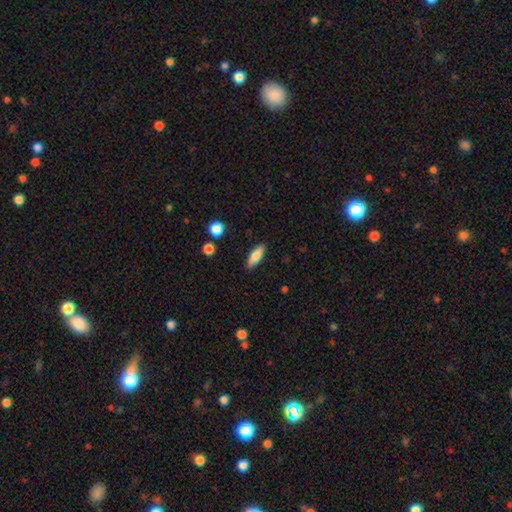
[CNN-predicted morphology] Smooth or featured: smooth — 79% (featured or disk — 15%)
How rounded: in between — 66% (cigar-shaped — 31%)
Merging: none — 86% (minor disturbance — 10%)